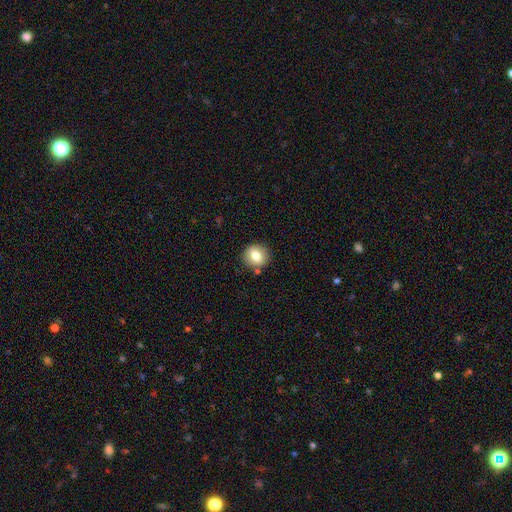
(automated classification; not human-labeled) Morphology: type=smooth (75%); roundness=round (85%); merging=none (86%).